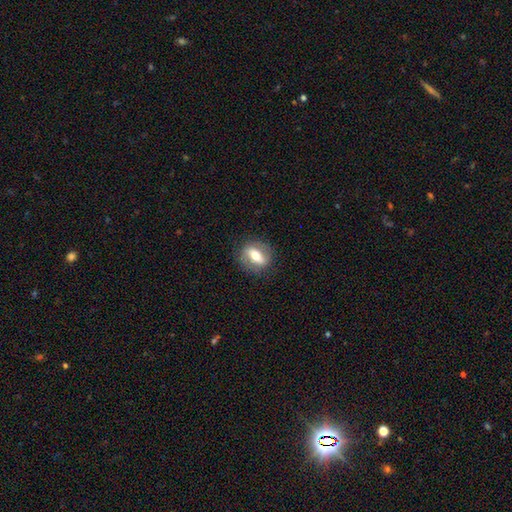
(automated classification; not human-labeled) Smooth or featured?
  - smooth: 46% * (tied)
  - featured or disk: 46% * (tied)
  - star or artifact: 7%
Merging?
  - none: 83% *
  - minor disturbance: 12%
  - major disturbance: 4%
  - merger: 1%